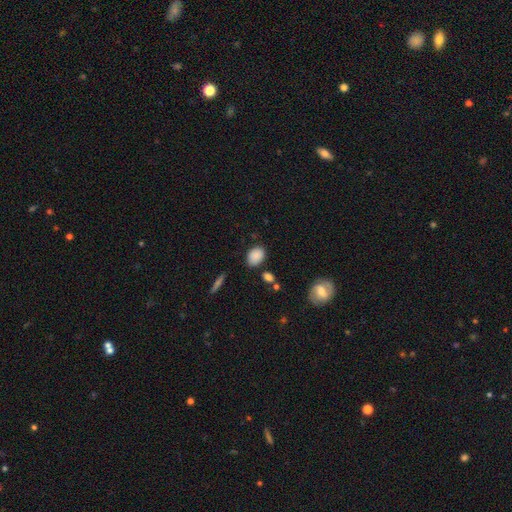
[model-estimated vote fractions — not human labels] This is clearly a smooth galaxy (85%). How rounded: likely in between (74%). Merging: likely none (78%).